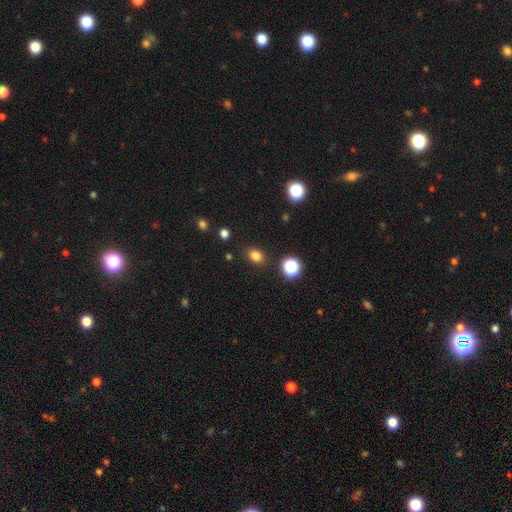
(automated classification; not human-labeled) Overall: smooth (81%). How rounded: in between (59%; round 40%). Merging: none (86%).